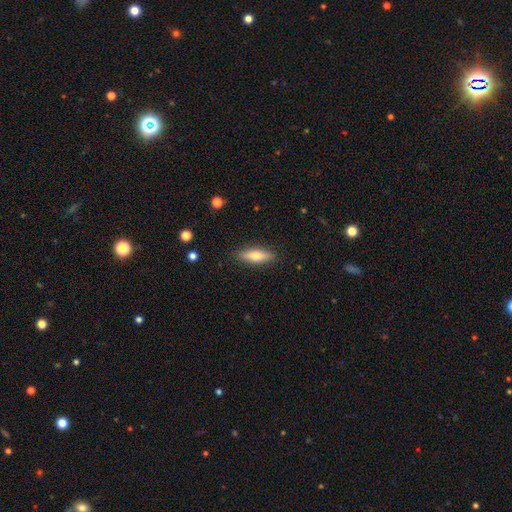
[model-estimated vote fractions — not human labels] smooth 68%, featured or disk 25%, star or artifact 6%. Down the decision tree: how rounded — cigar-shaped (50%); merging — none (88%).